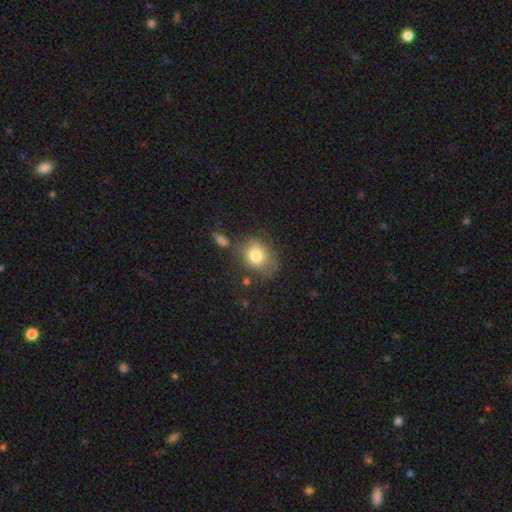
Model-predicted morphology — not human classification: smooth-or-featured: smooth: 76% | featured or disk: 15% | star or artifact: 8%
  how-rounded: in between: 56% | round: 43% | cigar-shaped: 1%
  merging: none: 53% | minor disturbance: 26% | major disturbance: 13% | merger: 8%